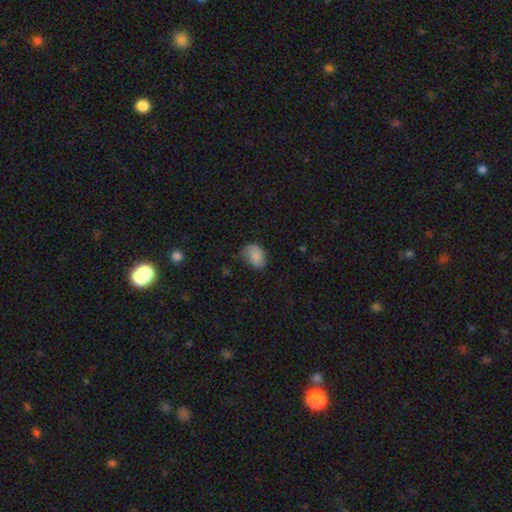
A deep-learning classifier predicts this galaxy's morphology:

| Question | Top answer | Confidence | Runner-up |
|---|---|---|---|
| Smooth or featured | smooth | 75% | featured or disk (17%) |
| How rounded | in between | 73% | round (26%) |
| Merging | none | 57% | minor disturbance (32%) |